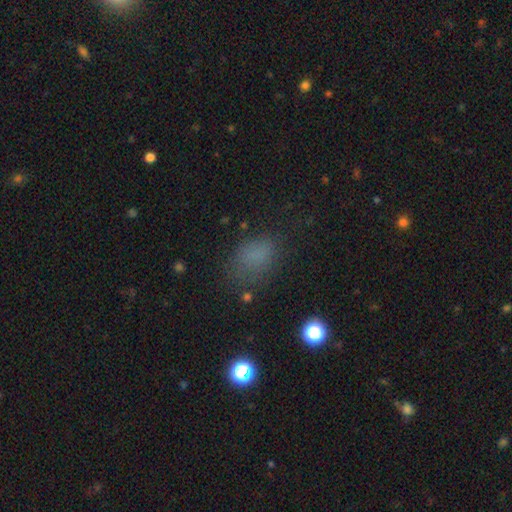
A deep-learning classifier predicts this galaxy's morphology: Smooth or featured? smooth (72%)
How rounded? in between (78%)
Merging? none (63%)